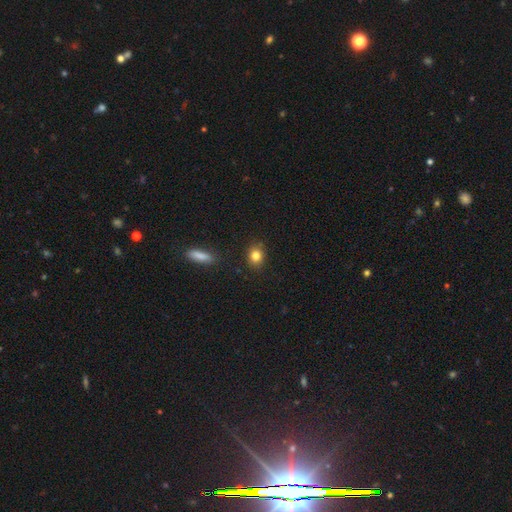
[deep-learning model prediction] smooth 82%, star or artifact 10%, featured or disk 7%. Down the decision tree: how rounded — round (62%); merging — none (86%).